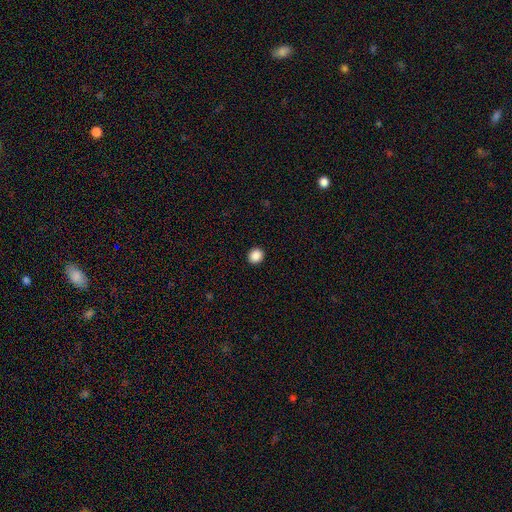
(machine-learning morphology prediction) The model was most divided on "how rounded": round: 84%, in between: 15%, cigar-shaped: 1%. More confident: merging — none (93%); smooth or featured — smooth (88%).